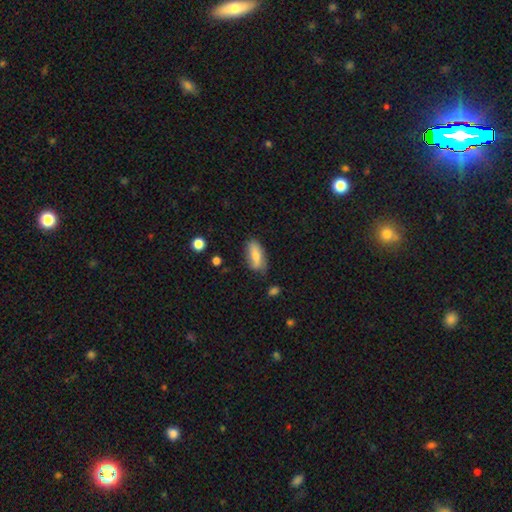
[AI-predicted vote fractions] Overall: smooth (76%). How rounded: in between (81%). Merging: none (67%).